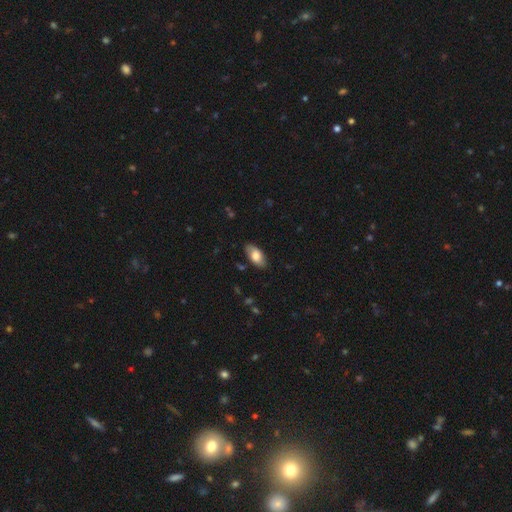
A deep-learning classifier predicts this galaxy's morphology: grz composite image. It shows a smooth galaxy with no disk features (73%) that is in between round and cigar-shaped (92%). Merging: none (82%).